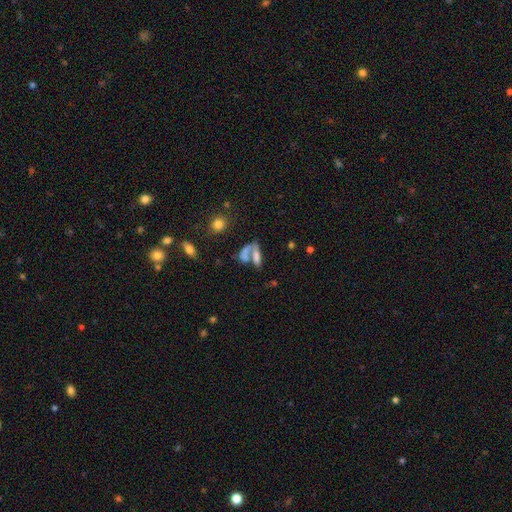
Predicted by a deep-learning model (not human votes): Smooth or featured: smooth — 65% (featured or disk — 21%)
How rounded: in between — 67% (cigar-shaped — 25%)
Merging: merger — 56% (none — 28%)